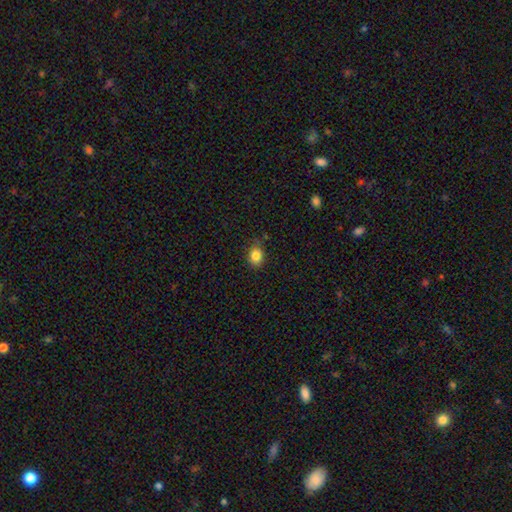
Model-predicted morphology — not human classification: Overall: smooth (84%). How rounded: round (57%; in between 42%). Merging: none (79%).